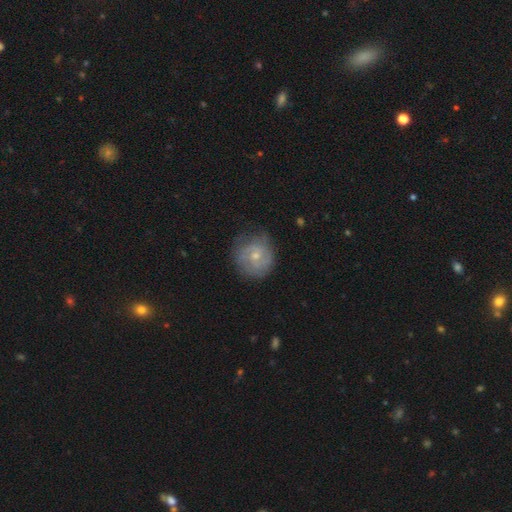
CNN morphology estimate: type=featured or disk (67%); edge-on=no (98%); bar=no (64%); spiral arms=yes (87%); winding=tight (54%); arm count=2 (43%); bulge=small (58%); merging=none (71%).